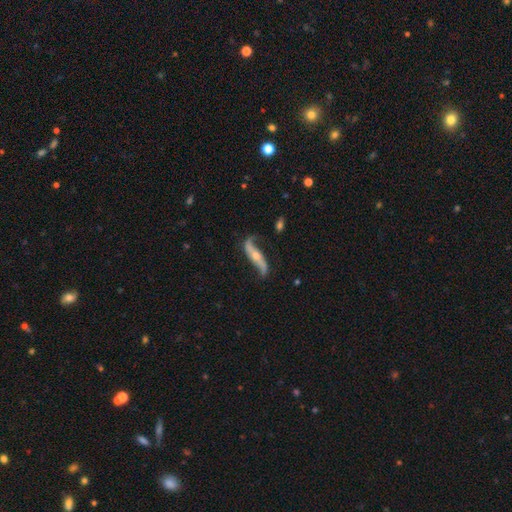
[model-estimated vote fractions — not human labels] Smooth or featured?
  - featured or disk: 80% *
  - smooth: 15%
  - star or artifact: 5%
Edge-on disk?
  - no: 74% *
  - yes: 26%
Bar?
  - no: 51% *
  - strong: 28%
  - weak: 22%
Spiral arms?
  - yes: 92% *
  - no: 8%
Spiral winding?
  - loose: 88% *
  - medium: 8%
  - tight: 4%
Spiral arm count?
  - 2: 90% *
  - 1: 4%
  - can't tell: 3%
  - 3: 1%
  - 4: 1%
  - more than 4: 1%
Bulge size?
  - moderate: 47% * (tied)
  - small: 47% * (tied)
  - large: 3%
  - none: 2%
  - dominant: 1%
Merging?
  - none: 63% *
  - minor disturbance: 23%
  - major disturbance: 11%
  - merger: 3%